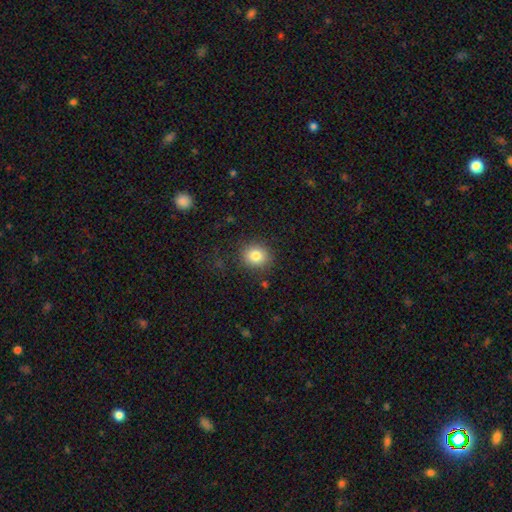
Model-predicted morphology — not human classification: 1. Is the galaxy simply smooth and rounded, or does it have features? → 82% smooth, 10% star or artifact, 7% featured or disk.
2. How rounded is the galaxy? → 77% round, 23% in between, 1% cigar-shaped.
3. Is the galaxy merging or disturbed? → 87% none, 9% minor disturbance, 3% major disturbance, 1% merger.